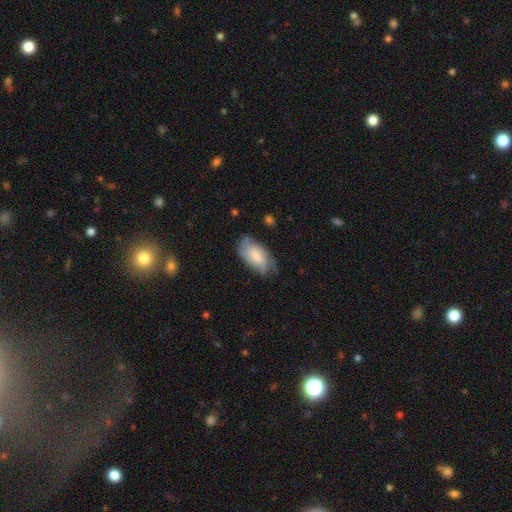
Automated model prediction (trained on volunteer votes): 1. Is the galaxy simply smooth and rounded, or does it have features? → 57% smooth, 36% featured or disk, 7% star or artifact.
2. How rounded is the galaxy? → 93% in between, 4% cigar-shaped, 3% round.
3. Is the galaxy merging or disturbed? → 59% none, 30% minor disturbance, 10% major disturbance, 2% merger.